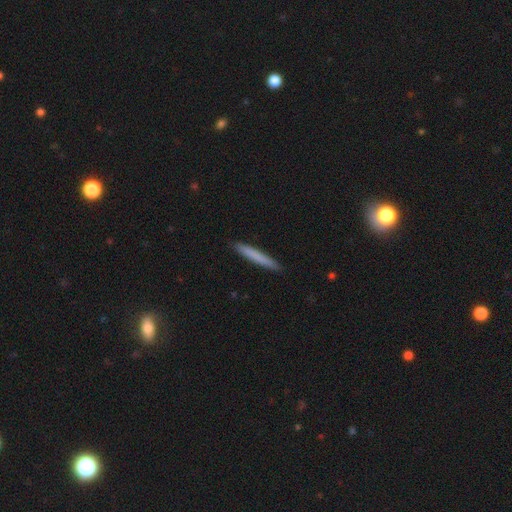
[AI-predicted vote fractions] A smooth galaxy with no disk features (75%) that is cigar-shaped (96%). Merging: none (92%).